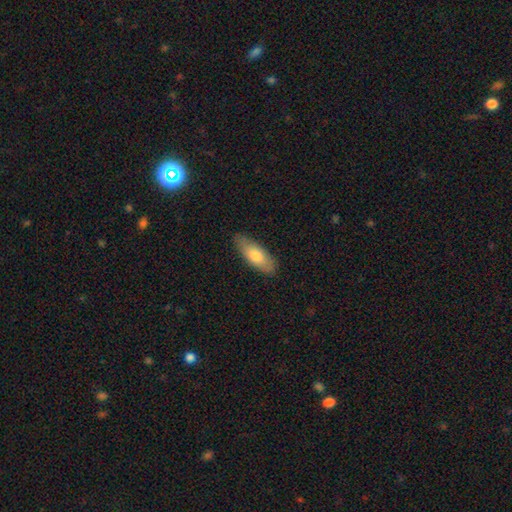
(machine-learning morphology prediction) smooth-or-featured: smooth: 73% | featured or disk: 21% | star or artifact: 5%
  how-rounded: in between: 71% | cigar-shaped: 27% | round: 2%
  merging: none: 84% | minor disturbance: 13% | major disturbance: 2% | merger: 1%